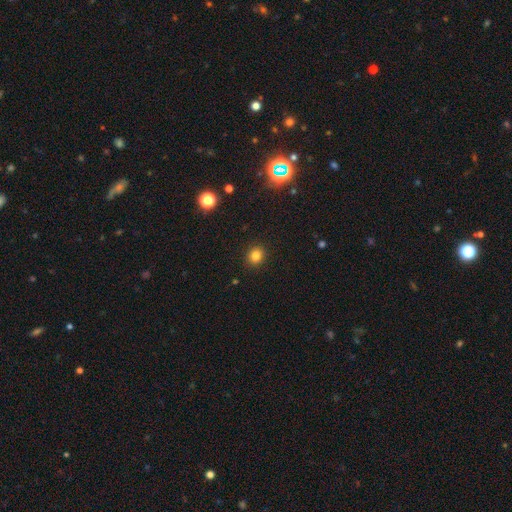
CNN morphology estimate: A smooth galaxy with no disk features (82%) that is round (81%). Merging: none (91%).